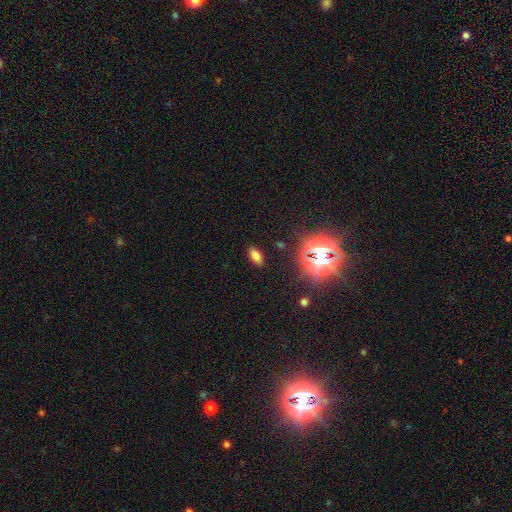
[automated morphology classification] type=smooth (72%); roundness=in between (87%); merging=none (87%).